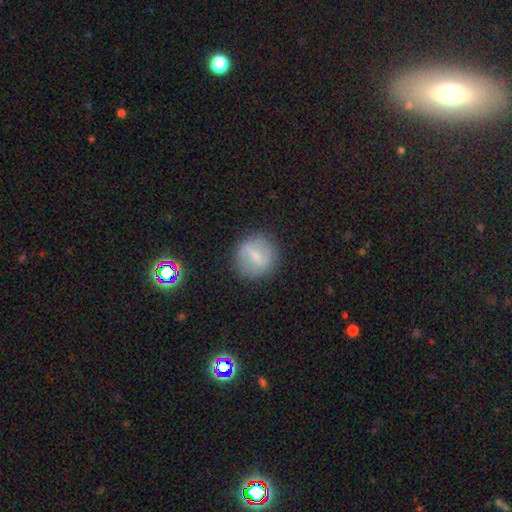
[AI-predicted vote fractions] Smooth or featured: smooth — 49% (featured or disk — 42%)
Merging: none — 82% (minor disturbance — 12%)